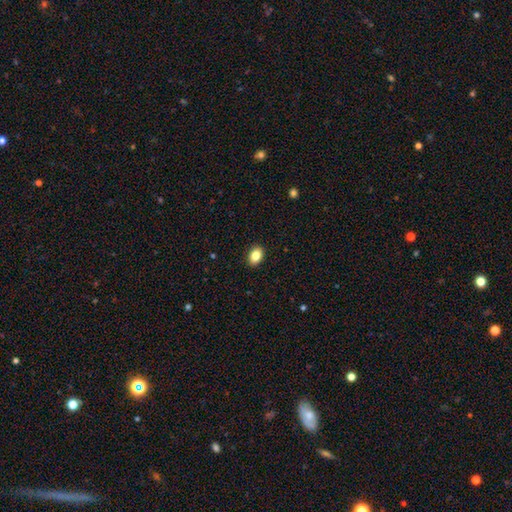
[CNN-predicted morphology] A smooth galaxy with no disk features (85%) that is in between round and cigar-shaped (78%). Merging: none (91%).